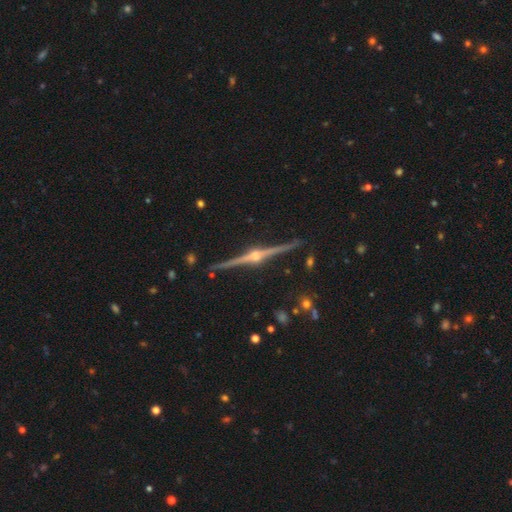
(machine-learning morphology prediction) This appears to be a featured or disk galaxy (92%) viewed edge-on (99%) with a rounded central bulge (96%). Merging: none (91%).